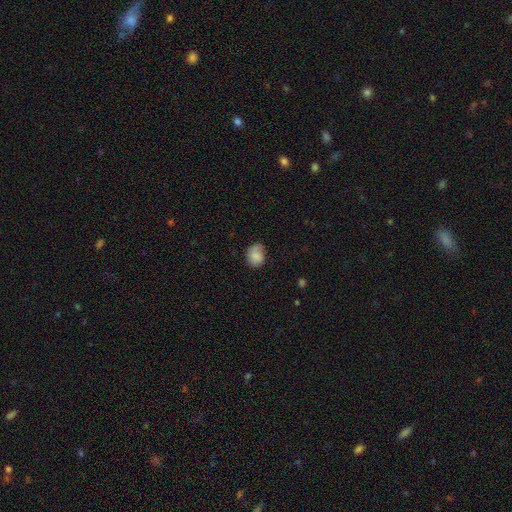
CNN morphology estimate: smooth 81%, featured or disk 10%, star or artifact 8%. Down the decision tree: how rounded — round (50%); merging — none (60%).